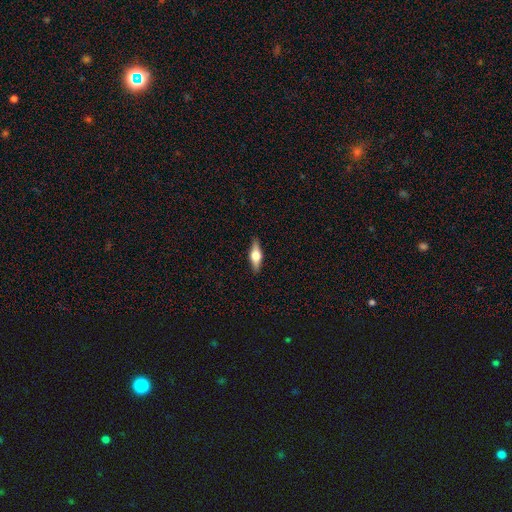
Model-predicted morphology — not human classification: Smooth or featured? Predicted: featured or disk (p=0.54). Edge-on disk? Predicted: yes (p=0.95). Edge-on bulge? Predicted: rounded (p=0.94). Merging? Predicted: none (p=0.89).